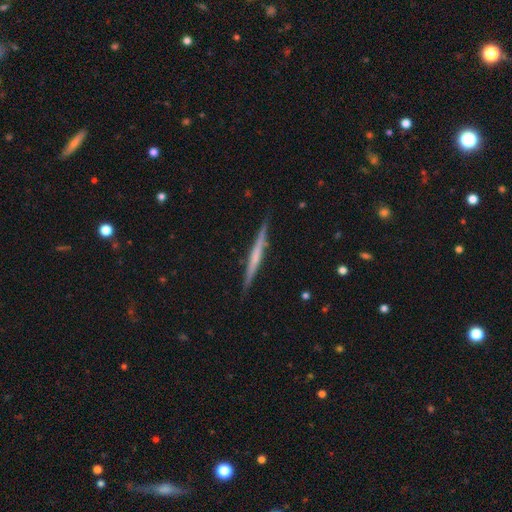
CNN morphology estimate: featured or disk 62%, smooth 33%, star or artifact 6%. Down the decision tree: edge-on disk — yes (98%); edge-on bulge — none (63%); merging — none (89%).